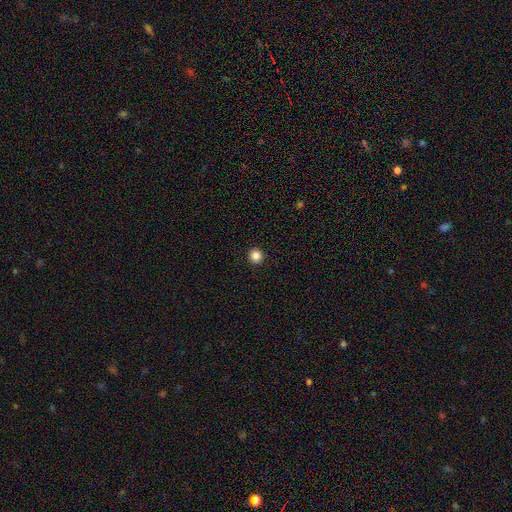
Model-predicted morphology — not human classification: A smooth galaxy with no disk features (85%) that is round (95%). Merging: none (94%).